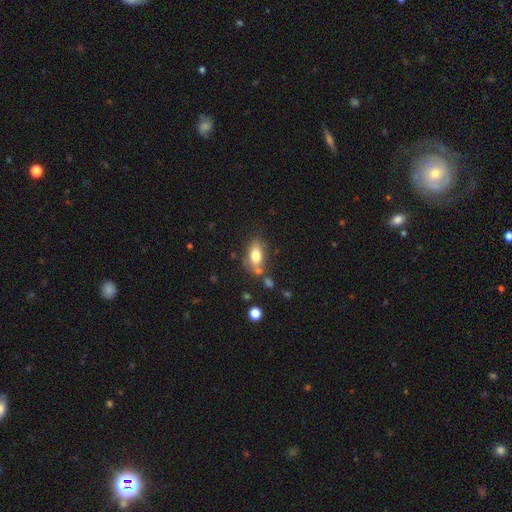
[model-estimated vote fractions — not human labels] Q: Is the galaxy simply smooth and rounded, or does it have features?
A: smooth — 75%.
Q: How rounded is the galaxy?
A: in between — 84%.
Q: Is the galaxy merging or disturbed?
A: none — 59%.